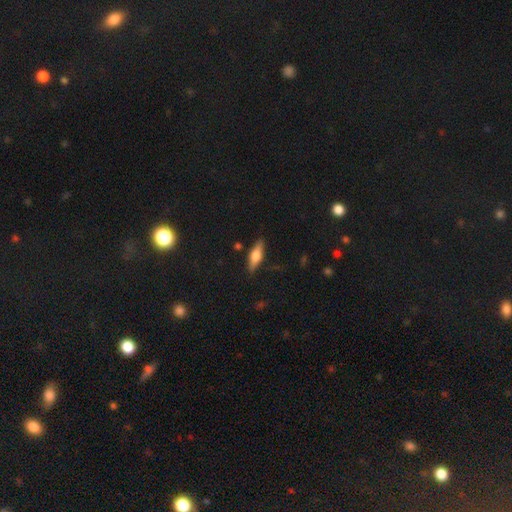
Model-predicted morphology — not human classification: smooth-or-featured: smooth: 52% | featured or disk: 41% | star or artifact: 7%
  how-rounded: in between: 50% | cigar-shaped: 47% | round: 3%
  merging: none: 85% | minor disturbance: 11% | major disturbance: 2% | merger: 2%